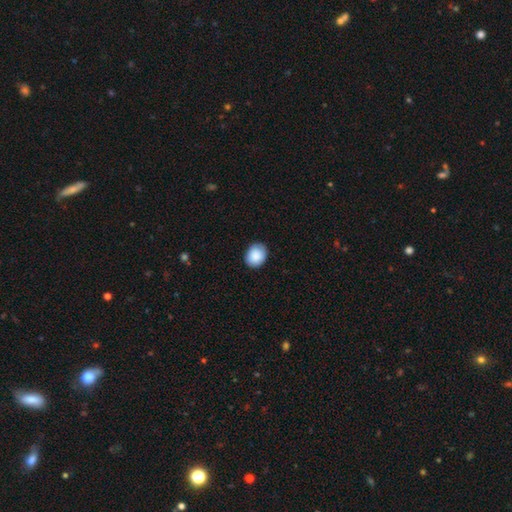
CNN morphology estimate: Smooth or featured?
  - smooth: 89% *
  - star or artifact: 7%
  - featured or disk: 4%
How rounded?
  - round: 52% *
  - in between: 47%
  - cigar-shaped: 1%
Merging?
  - none: 83% *
  - minor disturbance: 14%
  - major disturbance: 2%
  - merger: 1%